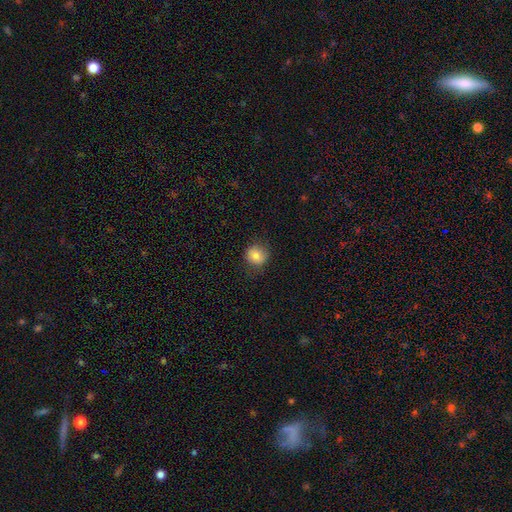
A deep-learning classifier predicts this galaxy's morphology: smooth-or-featured: smooth: 84% | star or artifact: 10% | featured or disk: 7%
  how-rounded: round: 83% | in between: 16% | cigar-shaped: 1%
  merging: none: 80% | minor disturbance: 14% | major disturbance: 4% | merger: 1%